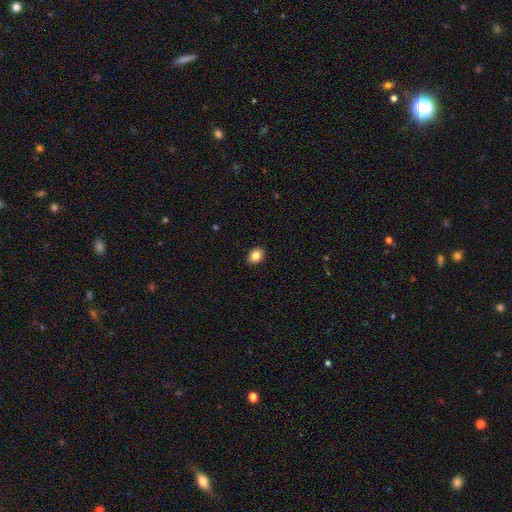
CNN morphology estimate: smooth-or-featured: smooth: 85% | star or artifact: 9% | featured or disk: 6%
  how-rounded: in between: 65% | round: 34% | cigar-shaped: 1%
  merging: none: 90% | minor disturbance: 7% | major disturbance: 2% | merger: 1%